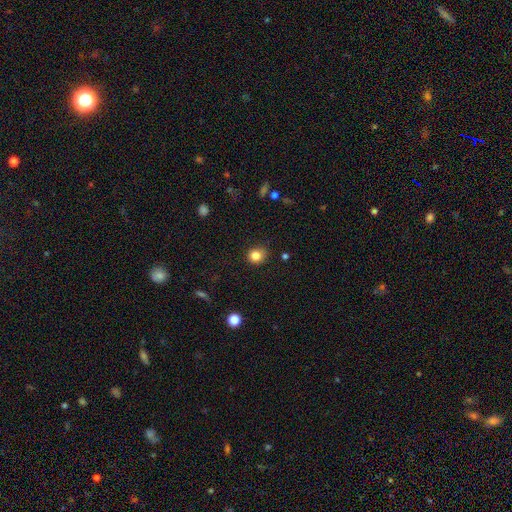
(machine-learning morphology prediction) Smooth or featured: smooth — 83% (star or artifact — 12%)
How rounded: round — 82% (in between — 17%)
Merging: none — 80% (minor disturbance — 15%)